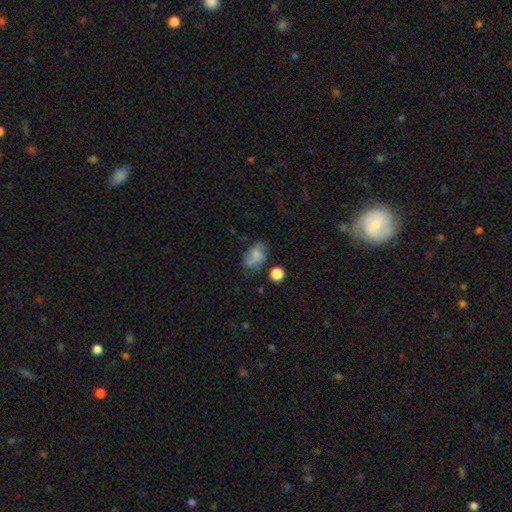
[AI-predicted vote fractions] The model was most divided on "smooth or featured": smooth: 56%, featured or disk: 33%, star or artifact: 11%. More confident: how rounded — in between (81%); merging — none (54%).